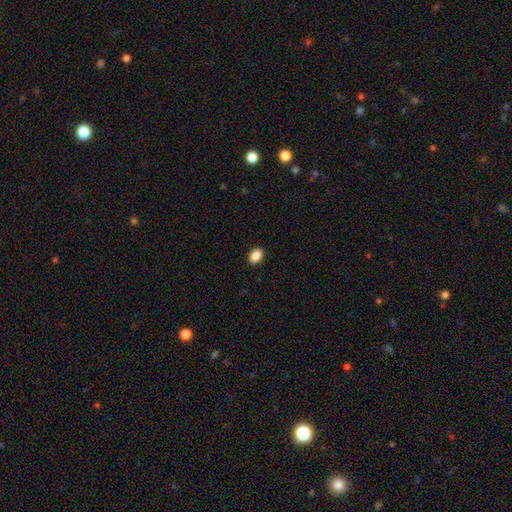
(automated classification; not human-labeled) The model was most divided on "how rounded": in between: 79%, round: 20%, cigar-shaped: 1%. More confident: merging — none (91%); smooth or featured — smooth (89%).